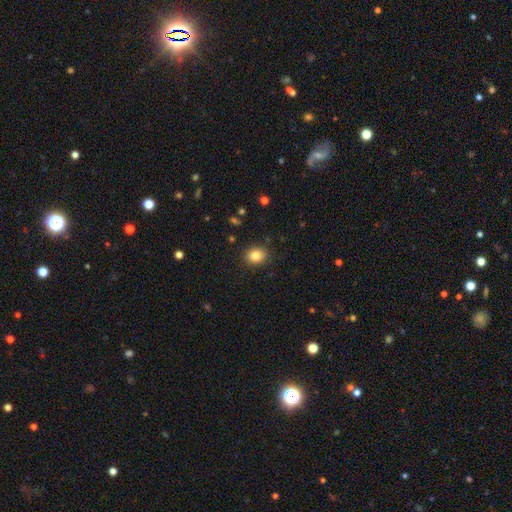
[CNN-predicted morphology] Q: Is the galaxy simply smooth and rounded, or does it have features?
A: smooth — 85%.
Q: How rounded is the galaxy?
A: in between — 53%.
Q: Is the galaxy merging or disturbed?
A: none — 88%.